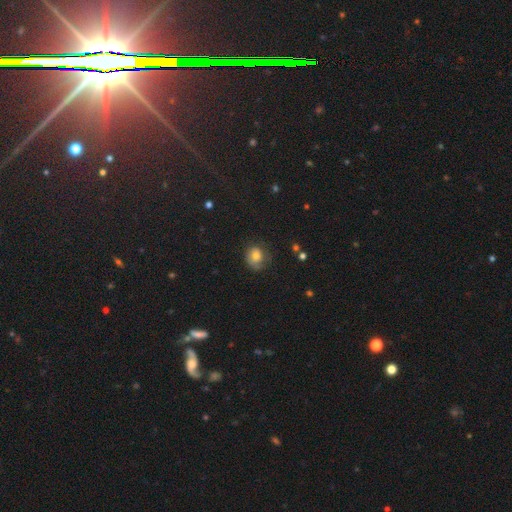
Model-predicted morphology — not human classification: This is likely a smooth galaxy (66%). How rounded: likely round (70%). Merging: likely none (60%).